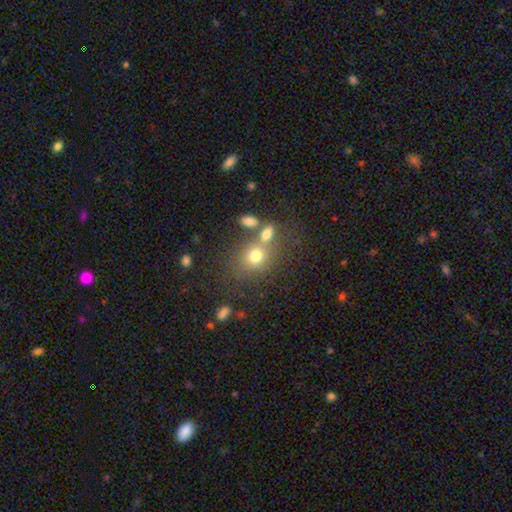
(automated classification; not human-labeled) Morphology: type=smooth (72%); roundness=round (61%); merging=none (52%).